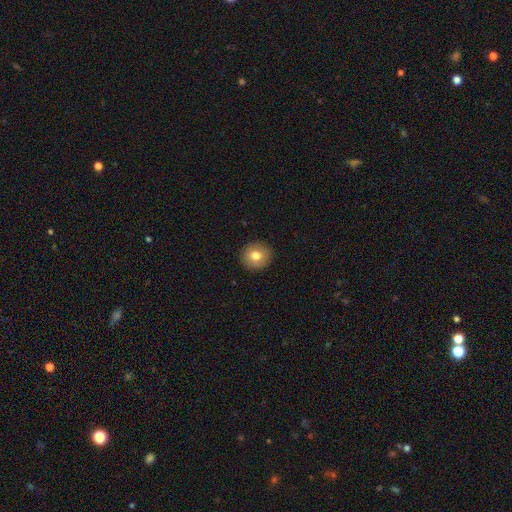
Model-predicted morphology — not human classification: type=smooth (77%); roundness=round (91%); merging=none (92%).